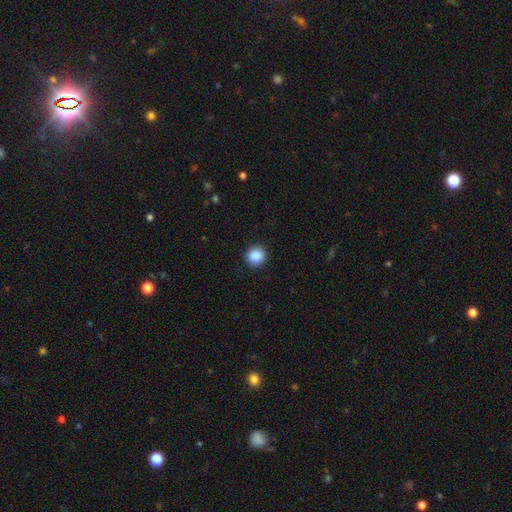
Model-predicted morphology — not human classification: Smooth or featured? Predicted: smooth (p=0.88). How rounded? Predicted: round (p=0.93). Merging? Predicted: none (p=0.92).